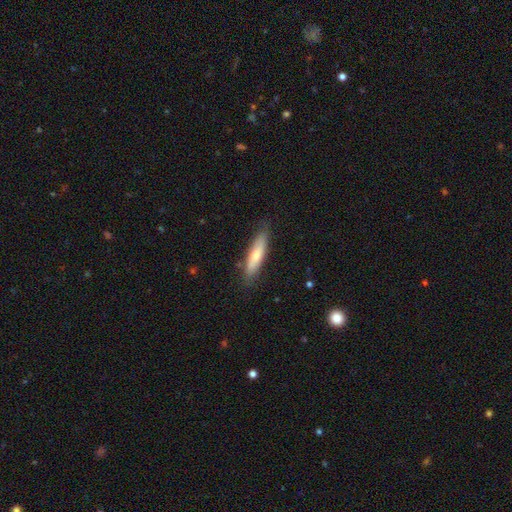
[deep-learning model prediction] This appears to be a smooth galaxy with no disk features (64%) that is cigar-shaped (69%). Merging: none (82%).